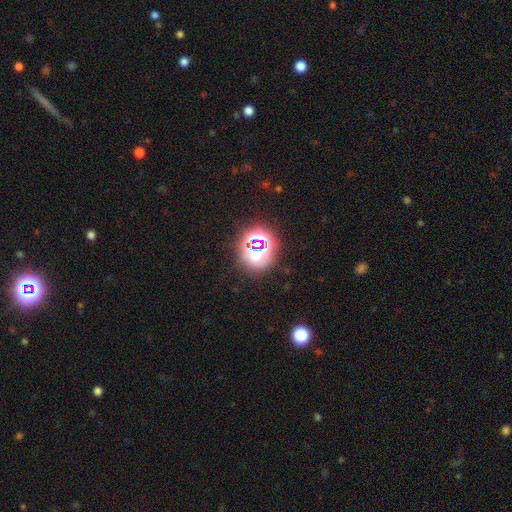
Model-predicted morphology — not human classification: This appears to be a star or artifact, not a galaxy (59%).